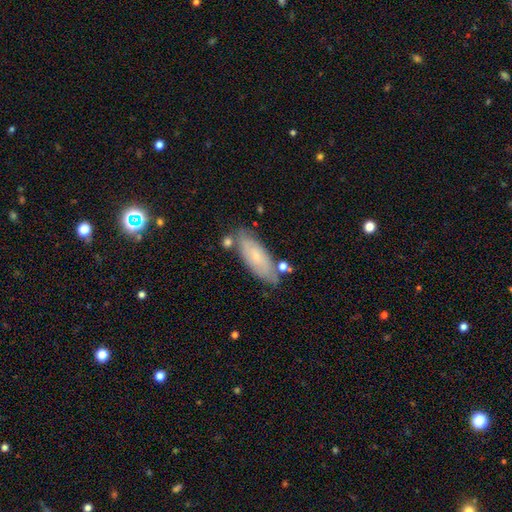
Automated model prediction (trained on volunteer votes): Morphology: type=smooth (63%); roundness=in between (69%); merging=none (73%).